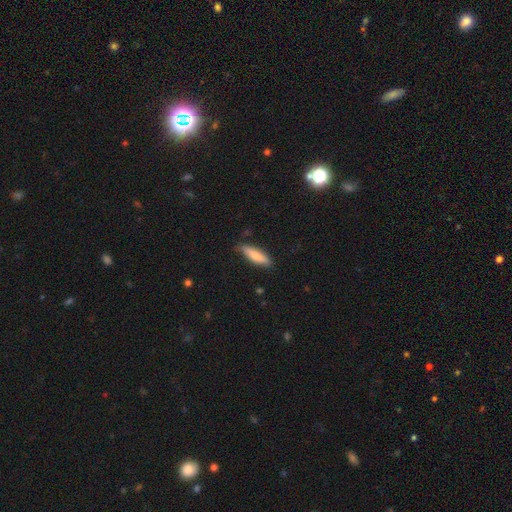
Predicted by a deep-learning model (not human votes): Morphology: type=smooth (76%); roundness=cigar-shaped (65%); merging=none (76%).